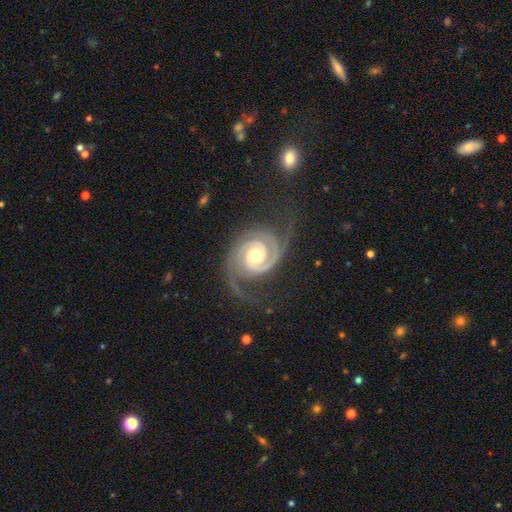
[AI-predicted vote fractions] This appears to be a featured or disk galaxy (93%) with no bar (70%), 2 (84%) tight (67%) spiral arms (99%) and a moderate central bulge (60%). Merging: none (69%).